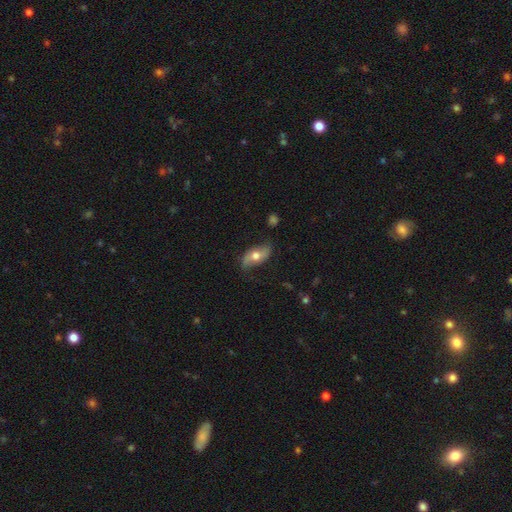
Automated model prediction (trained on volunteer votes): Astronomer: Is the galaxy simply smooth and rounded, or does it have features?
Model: featured or disk — 52% (runner-up: smooth, 41%).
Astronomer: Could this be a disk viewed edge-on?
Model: no — 83%.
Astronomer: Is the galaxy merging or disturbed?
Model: none — 73%.